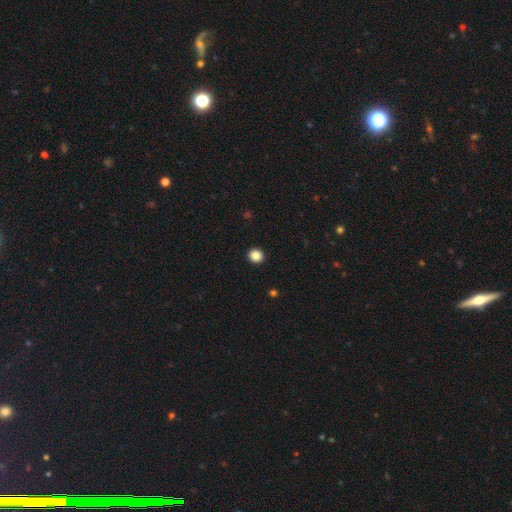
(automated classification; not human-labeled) smooth-or-featured: smooth: 87% | star or artifact: 10% | featured or disk: 3%
  how-rounded: round: 88% | in between: 11% | cigar-shaped: 1%
  merging: none: 93% | minor disturbance: 4% | major disturbance: 1% | merger: 1%